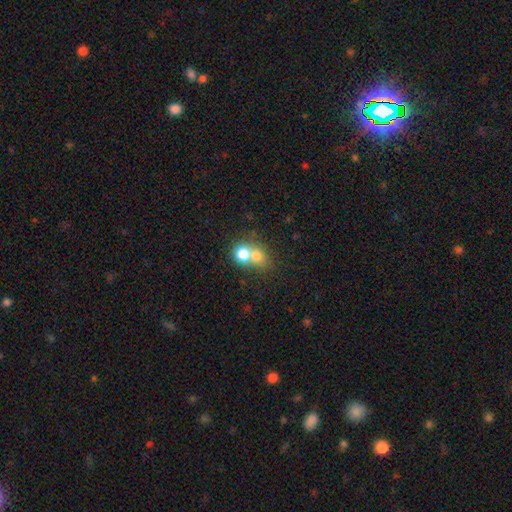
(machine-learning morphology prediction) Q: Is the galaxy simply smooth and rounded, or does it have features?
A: smooth — 72%.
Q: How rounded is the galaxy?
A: round — 71%.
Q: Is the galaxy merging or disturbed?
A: merger — 65%.